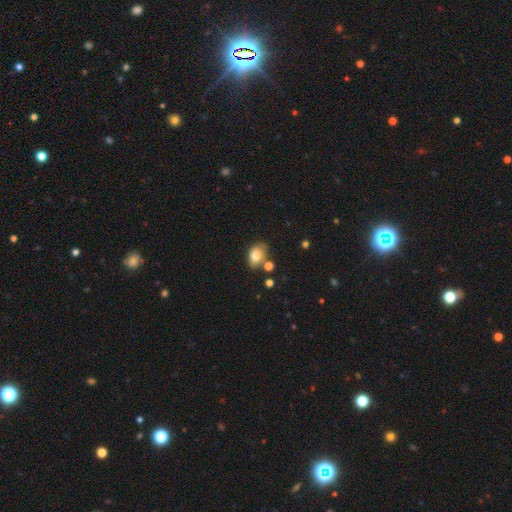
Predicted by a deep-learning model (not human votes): This is likely a smooth galaxy (80%). How rounded: clearly in between (82%). Merging: possibly none (53%).